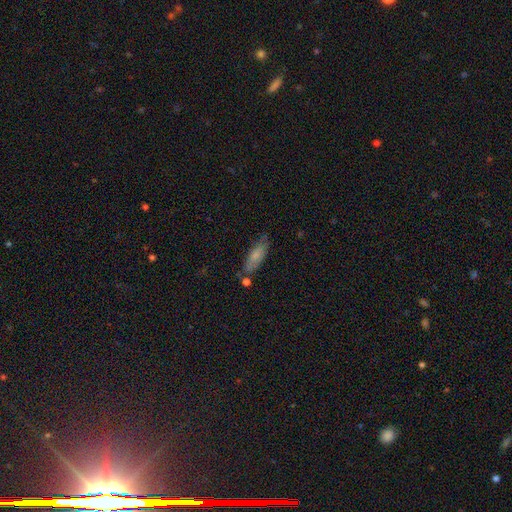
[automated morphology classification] A smooth galaxy with no disk features (71%) that is in between round and cigar-shaped (54%). Merging: none (64%).